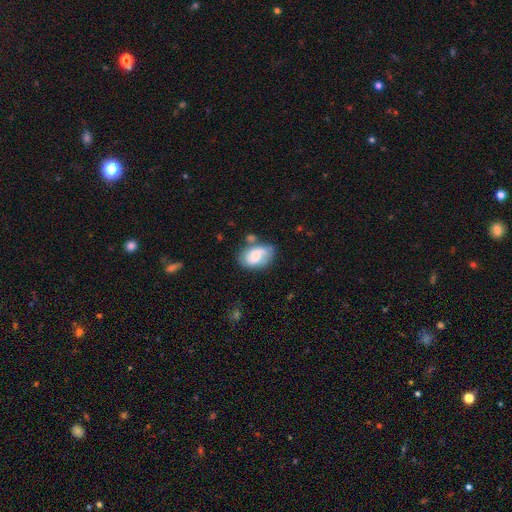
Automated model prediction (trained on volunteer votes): This is possibly a smooth galaxy (56%). How rounded: clearly in between (85%). Merging: possibly none (53%).